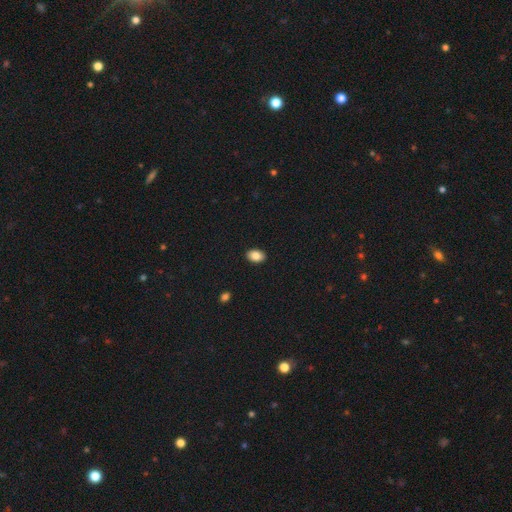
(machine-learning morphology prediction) This is clearly a smooth galaxy (86%). How rounded: clearly in between (86%). Merging: clearly none (91%).